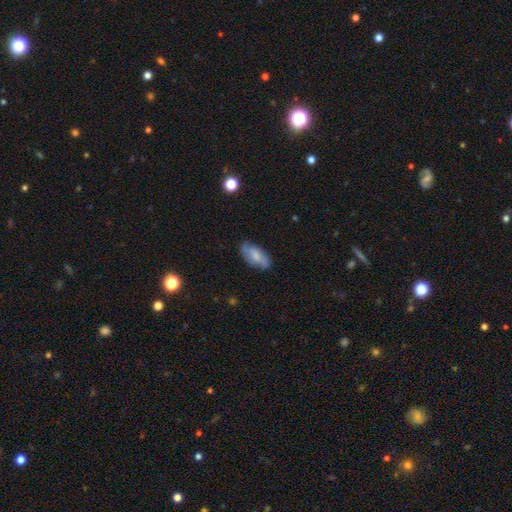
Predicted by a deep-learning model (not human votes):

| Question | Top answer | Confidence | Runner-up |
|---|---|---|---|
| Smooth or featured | smooth | 60% | featured or disk (33%) |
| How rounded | in between | 86% | cigar-shaped (11%) |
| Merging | none | 69% | minor disturbance (23%) |